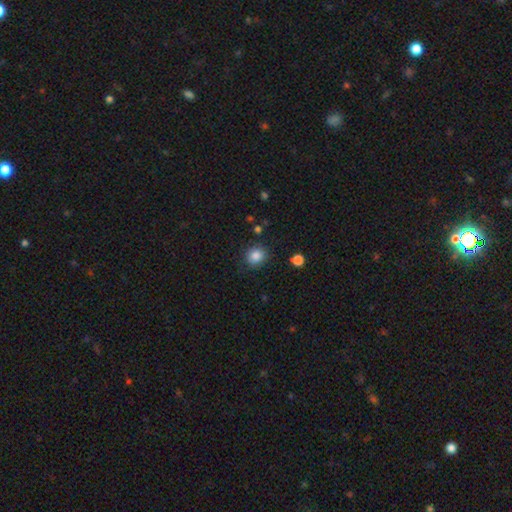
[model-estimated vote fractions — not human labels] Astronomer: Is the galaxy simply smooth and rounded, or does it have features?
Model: smooth — 86%.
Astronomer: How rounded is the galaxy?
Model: round — 79%.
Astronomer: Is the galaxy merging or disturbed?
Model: none — 85%.